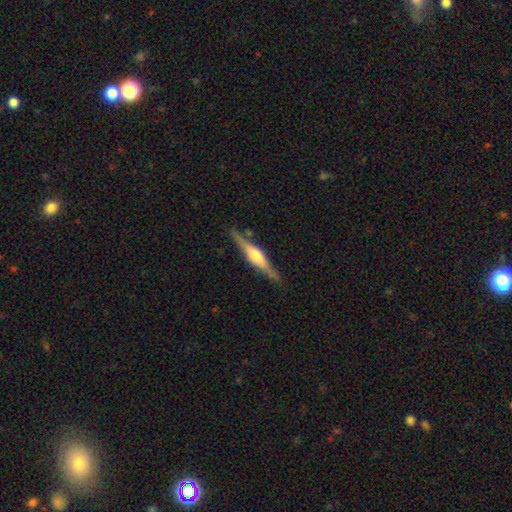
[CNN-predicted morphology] featured or disk 76%, smooth 19%, star or artifact 5%. Down the decision tree: edge-on disk — yes (98%); edge-on bulge — rounded (82%); merging — none (87%).